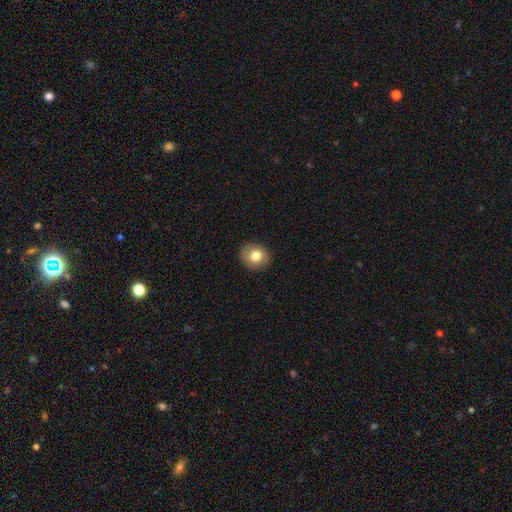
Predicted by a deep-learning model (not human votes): A smooth galaxy with no disk features (80%) that is round (69%).

Vote fractions:
- Smooth or featured? smooth: 80% / featured or disk: 11% / star or artifact: 9%
- How rounded? round: 69% / in between: 30% / cigar-shaped: 1%
- Merging? none: 89% / minor disturbance: 8% / major disturbance: 2% / merger: 1%